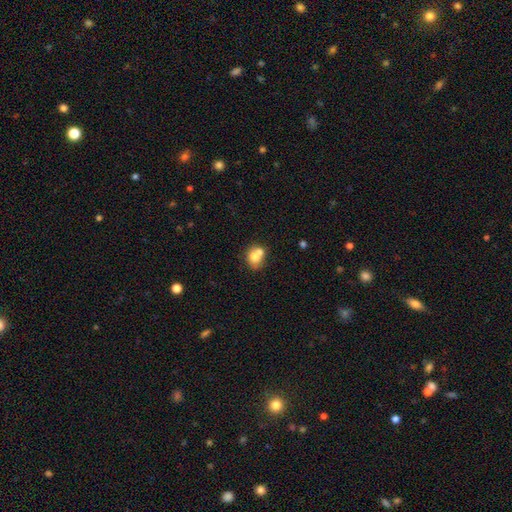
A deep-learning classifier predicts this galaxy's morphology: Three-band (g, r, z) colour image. It shows a smooth galaxy with no disk features (72%) that is round (62%). Merging: merger (53%).